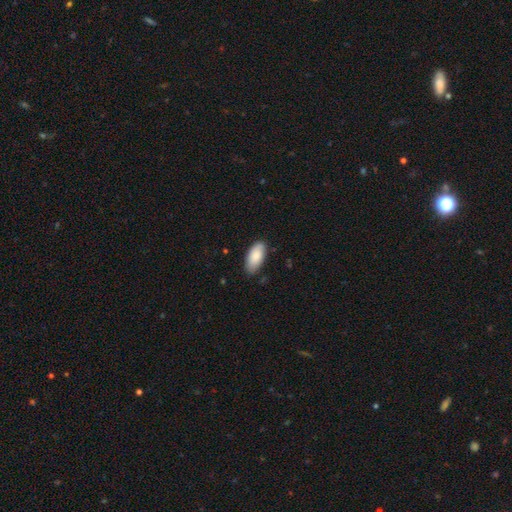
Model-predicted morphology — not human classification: type=smooth (86%); roundness=in between (93%); merging=none (81%).